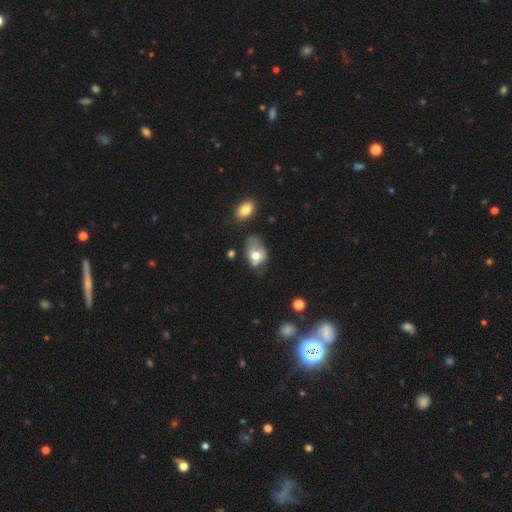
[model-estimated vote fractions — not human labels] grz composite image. It shows a smooth galaxy with no disk features (66%) that is in between round and cigar-shaped (73%). Merging: minor disturbance (33%).